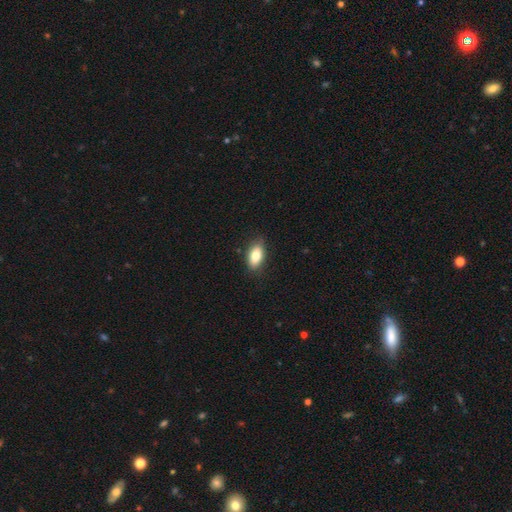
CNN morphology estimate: This appears to be a smooth galaxy with no disk features (80%) that is in between round and cigar-shaped (89%). Merging: none (83%).